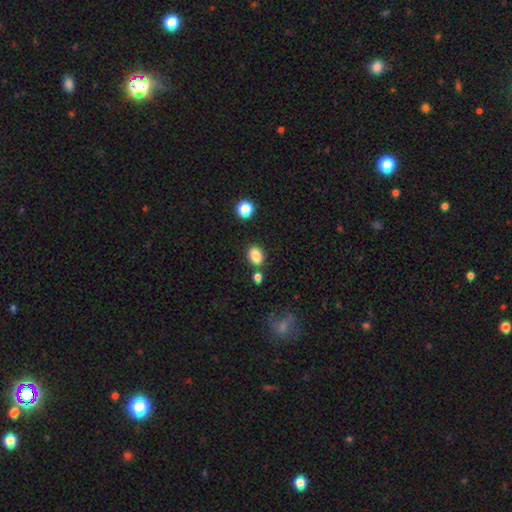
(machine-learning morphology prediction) Smooth or featured? smooth (85%)
How rounded? in between (73%)
Merging? none (76%)